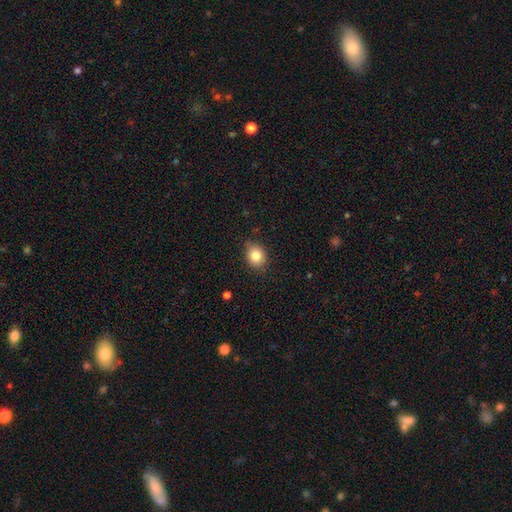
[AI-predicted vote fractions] Smooth or featured? smooth (83%)
How rounded? round (58%)
Merging? none (79%)